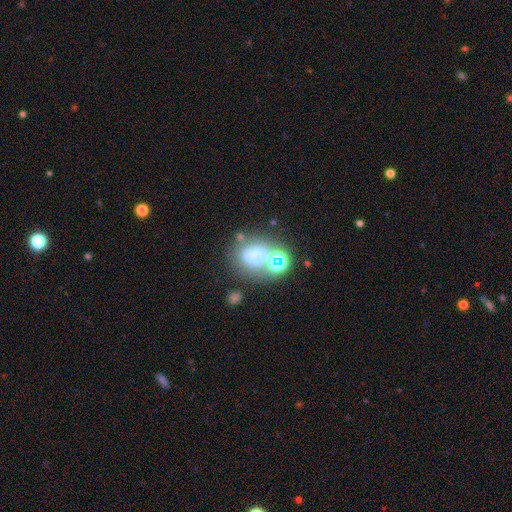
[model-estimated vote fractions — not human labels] Smooth or featured?
  - smooth: 53% *
  - star or artifact: 28%
  - featured or disk: 19%
How rounded?
  - round: 54% *
  - in between: 44%
  - cigar-shaped: 2%
Merging?
  - none: 51% *
  - merger: 24%
  - minor disturbance: 15%
  - major disturbance: 10%